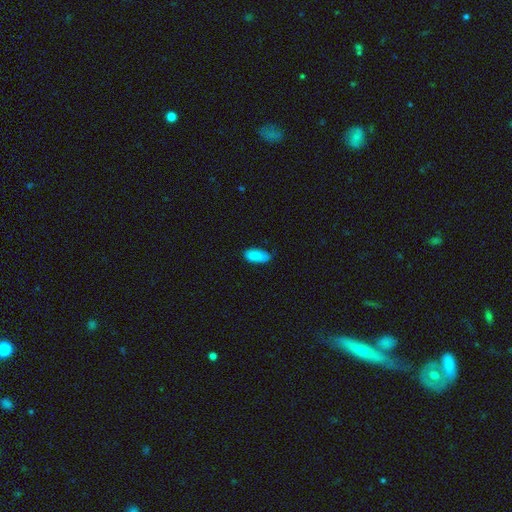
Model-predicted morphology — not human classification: The model was most divided on "merging": none: 71%, minor disturbance: 24%, major disturbance: 4%, merger: 1%. More confident: how rounded — in between (89%); smooth or featured — smooth (88%).